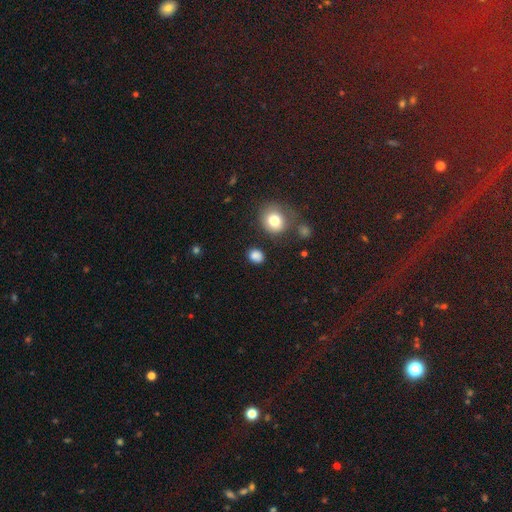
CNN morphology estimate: Overall: smooth (83%). How rounded: round (60%; in between 39%). Merging: none (79%).